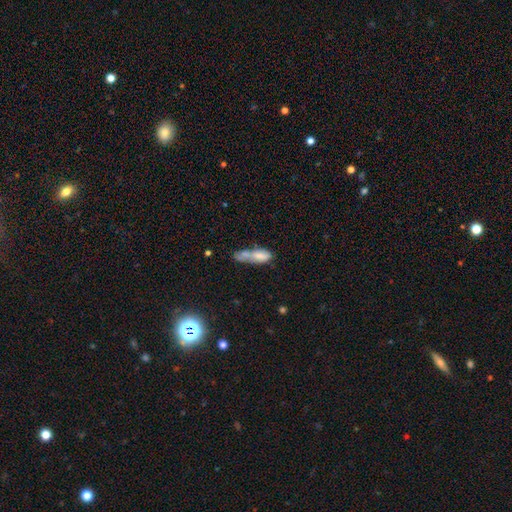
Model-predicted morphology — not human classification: Overall: smooth (64%; featured or disk 25%). How rounded: in between (55%; cigar-shaped 42%). Merging: merger (36%; none 26%).